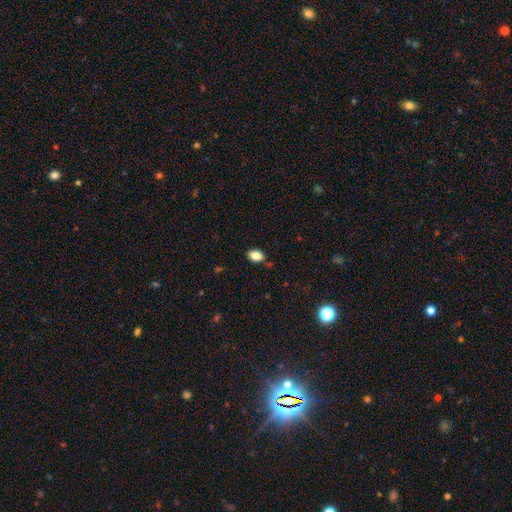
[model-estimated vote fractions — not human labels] Smooth or featured: smooth — 84% (star or artifact — 9%)
How rounded: in between — 86% (round — 13%)
Merging: none — 84% (minor disturbance — 12%)